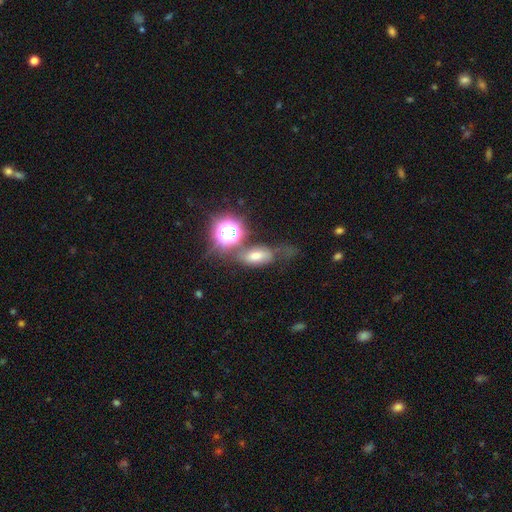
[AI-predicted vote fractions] smooth-or-featured: smooth: 49% | star or artifact: 28% | featured or disk: 23%
  merging: none: 45% | minor disturbance: 21% | major disturbance: 19% | merger: 16%